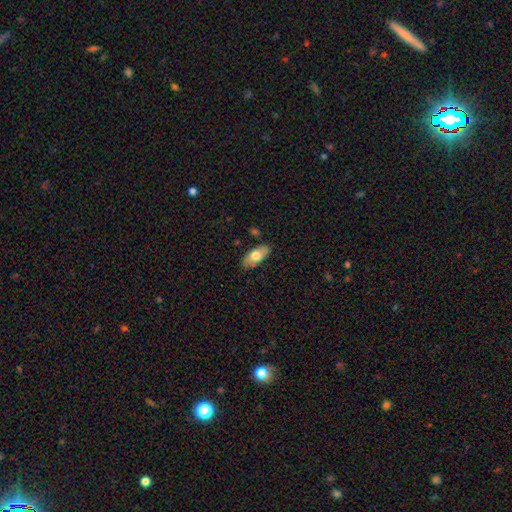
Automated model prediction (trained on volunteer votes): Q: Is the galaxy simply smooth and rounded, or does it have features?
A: smooth — 67%.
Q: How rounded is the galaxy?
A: in between — 89%.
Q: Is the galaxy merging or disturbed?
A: none — 83%.